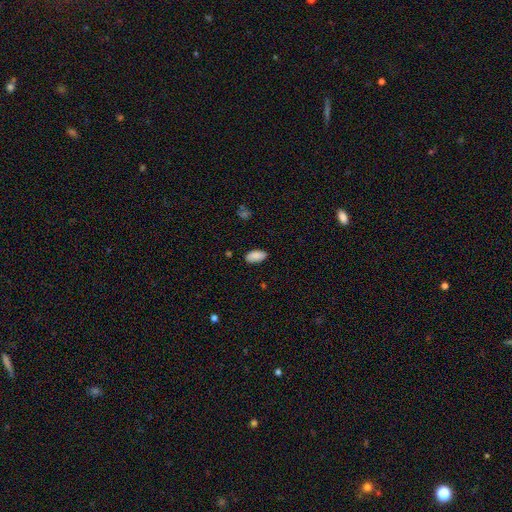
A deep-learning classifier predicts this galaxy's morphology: This is clearly a smooth galaxy (88%). How rounded: clearly in between (93%). Merging: clearly none (85%).